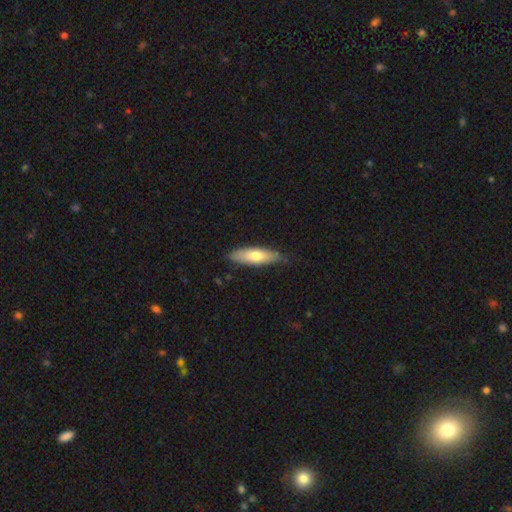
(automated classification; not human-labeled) Q: Smooth or featured?
A: smooth (68%); runner-up: featured or disk (27%)
Q: How rounded?
A: cigar-shaped (51%); runner-up: in between (47%)
Q: Merging?
A: none (81%); runner-up: minor disturbance (16%)